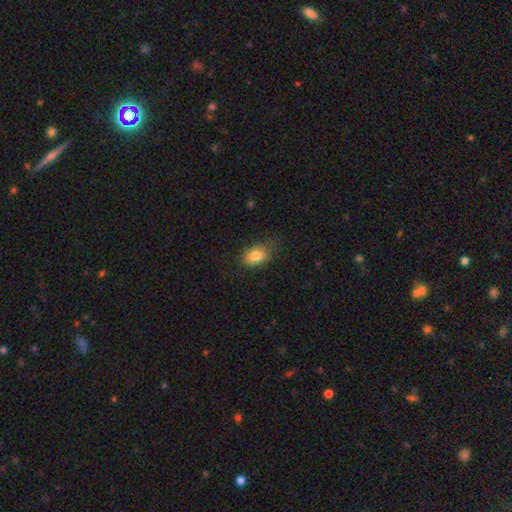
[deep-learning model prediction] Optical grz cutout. It shows a smooth galaxy with no disk features (82%) that is in between round and cigar-shaped (82%). Merging: none (68%).